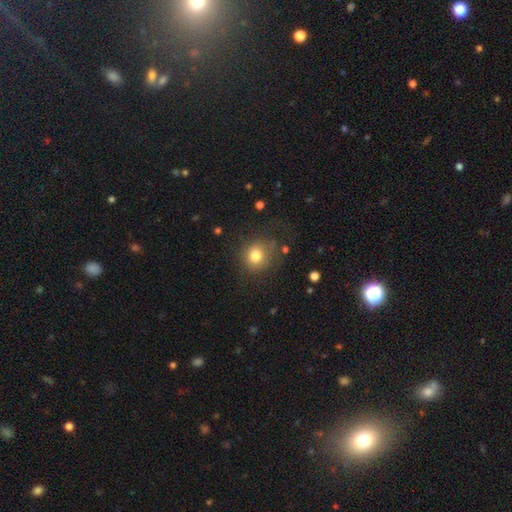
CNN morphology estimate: A smooth galaxy with no disk features (79%) that is round (85%). Merging: none (73%).